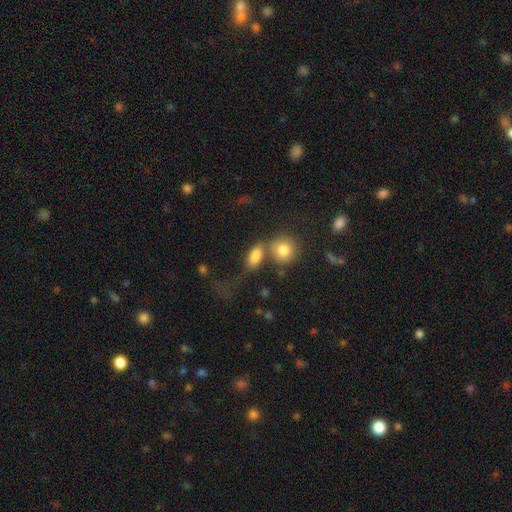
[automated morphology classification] smooth_or_featured: smooth (p=0.81) [alt: featured or disk p=0.10]
how_rounded: in between (p=0.79) [alt: round p=0.16]
merging: merger (p=0.40) [alt: none p=0.34]